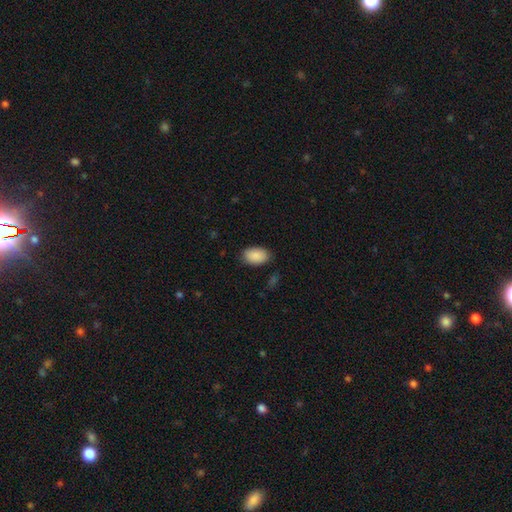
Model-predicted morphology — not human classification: Q: Smooth or featured?
A: smooth (89%); runner-up: star or artifact (6%)
Q: How rounded?
A: in between (92%); runner-up: round (6%)
Q: Merging?
A: none (83%); runner-up: minor disturbance (12%)